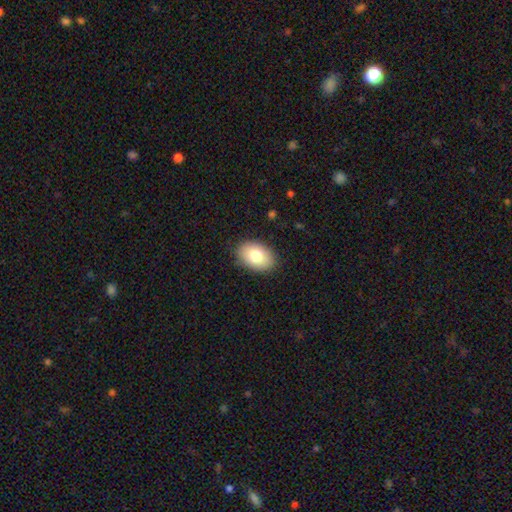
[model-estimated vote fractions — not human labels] smooth_or_featured: smooth (p=0.79) [alt: featured or disk p=0.13]
how_rounded: in between (p=0.86) [alt: round p=0.13]
merging: none (p=0.88) [alt: minor disturbance p=0.09]